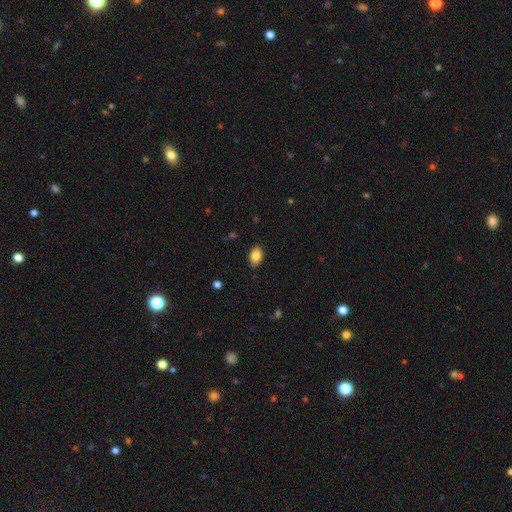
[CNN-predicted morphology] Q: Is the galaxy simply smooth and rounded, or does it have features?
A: smooth — 84%.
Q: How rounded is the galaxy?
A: in between — 86%.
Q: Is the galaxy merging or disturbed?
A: none — 86%.